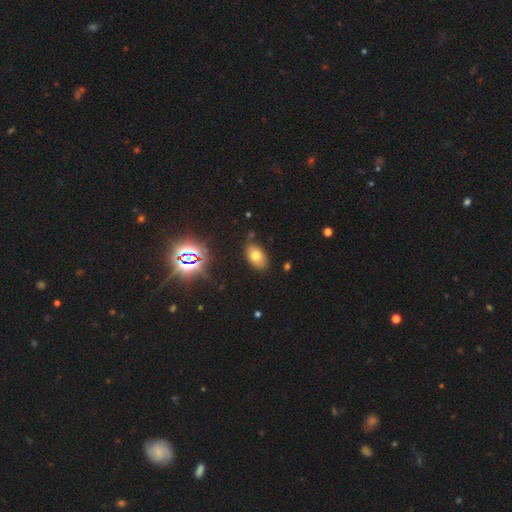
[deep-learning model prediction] Smooth or featured? smooth (70%)
How rounded? in between (89%)
Merging? none (77%)